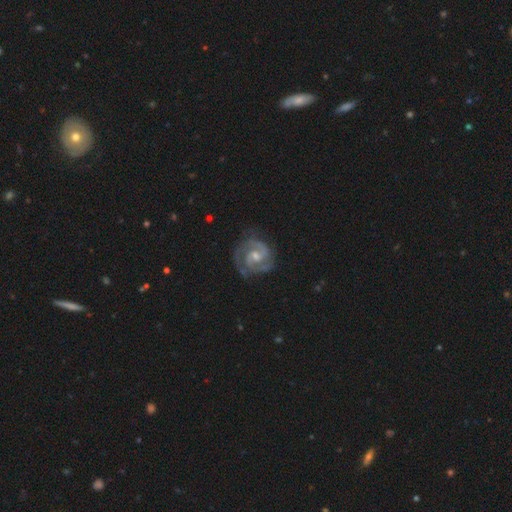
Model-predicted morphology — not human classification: Smooth or featured: featured or disk — 91% (star or artifact — 5%)
Edge-on disk: no — 98% (yes — 2%)
Bar: weak — 46% (no — 42%)
Spiral arms: yes — 98% (no — 2%)
Spiral winding: tight — 60% (medium — 36%)
Spiral arm count: 2 — 74% (3 — 14%)
Bulge size: moderate — 52% (small — 42%)
Merging: none — 77% (minor disturbance — 16%)